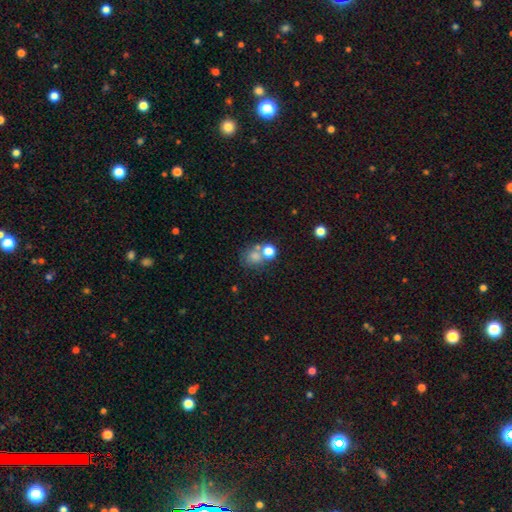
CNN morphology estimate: A smooth galaxy with no disk features (71%) that is round (73%). Merging: none (44%).